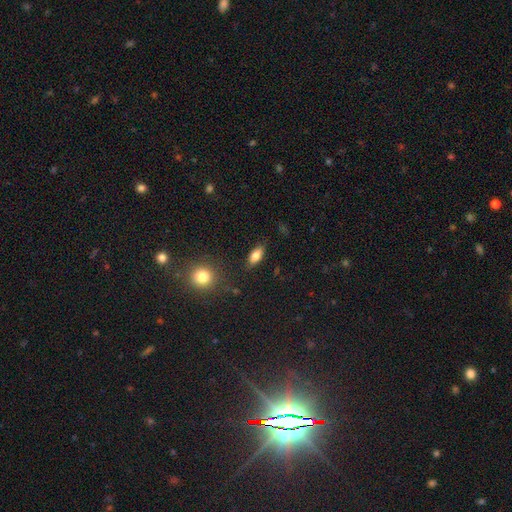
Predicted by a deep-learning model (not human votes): smooth-or-featured: smooth: 81% | featured or disk: 11% | star or artifact: 8%
  how-rounded: in between: 86% | cigar-shaped: 10% | round: 4%
  merging: none: 84% | minor disturbance: 11% | major disturbance: 3% | merger: 2%